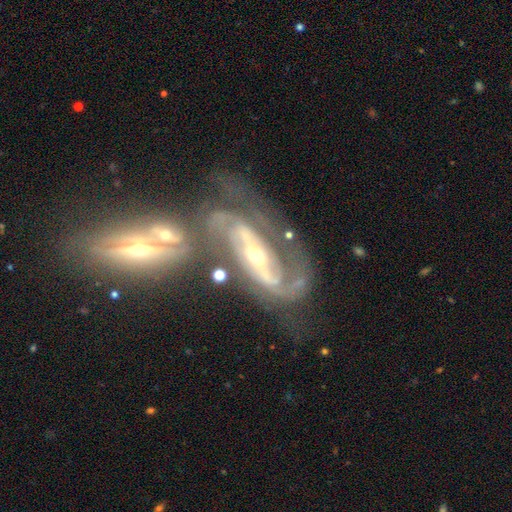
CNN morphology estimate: Smooth or featured: featured or disk — 88% (smooth — 6%)
Edge-on disk: no — 91% (yes — 9%)
Bar: strong — 45% (weak — 29%)
Spiral arms: yes — 95% (no — 5%)
Spiral winding: medium — 46% (tight — 32%)
Spiral arm count: 2 — 77% (can't tell — 10%)
Bulge size: moderate — 51% (small — 43%)
Merging: merger — 41% (none — 29%)